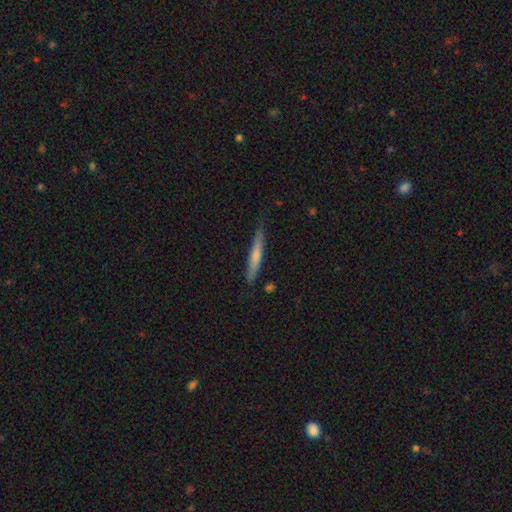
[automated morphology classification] This appears to be a smooth galaxy with no disk features (59%) that is cigar-shaped (94%). Merging: none (80%).